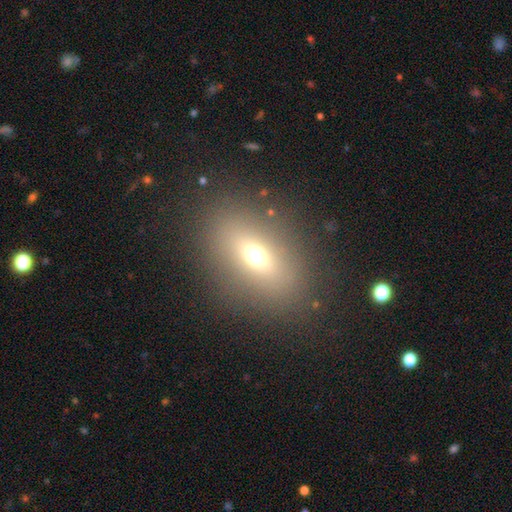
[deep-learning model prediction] Smooth or featured: smooth — 61% (featured or disk — 21%)
How rounded: in between — 71% (round — 22%)
Merging: none — 84% (minor disturbance — 8%)